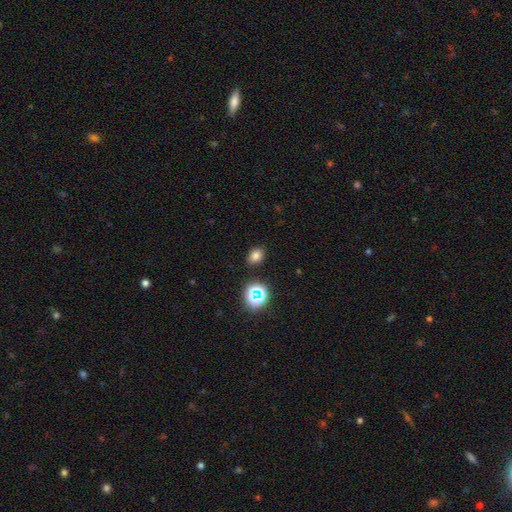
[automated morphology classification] type=smooth (75%); roundness=in between (61%); merging=none (86%).